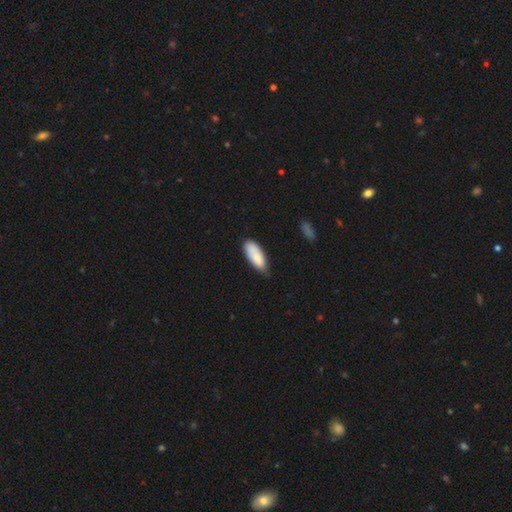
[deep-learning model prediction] smooth-or-featured: smooth: 82% | featured or disk: 12% | star or artifact: 6%
  how-rounded: in between: 80% | cigar-shaped: 18% | round: 2%
  merging: none: 61% | minor disturbance: 31% | major disturbance: 4% | merger: 3%